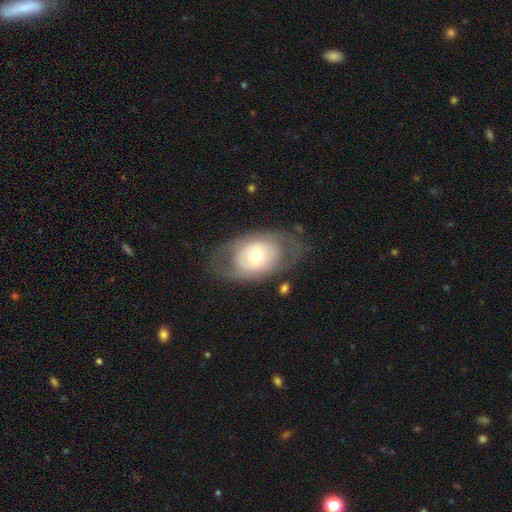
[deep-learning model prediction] Q: Smooth or featured?
A: smooth (47%); tied with: featured or disk (47%)
Q: Merging?
A: none (68%); runner-up: minor disturbance (18%)